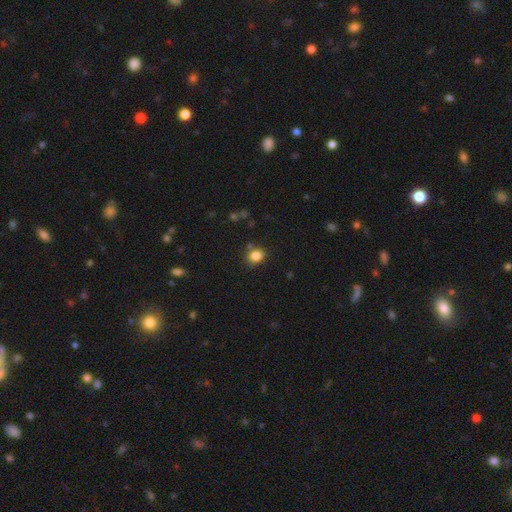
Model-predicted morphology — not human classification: Smooth or featured? Predicted: smooth (p=0.83). How rounded? Predicted: round (p=0.71). Merging? Predicted: none (p=0.78).